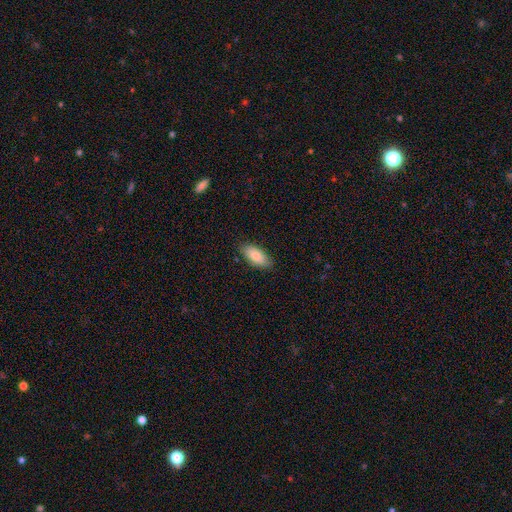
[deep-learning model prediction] Overall: smooth (83%). How rounded: in between (88%). Merging: none (85%).